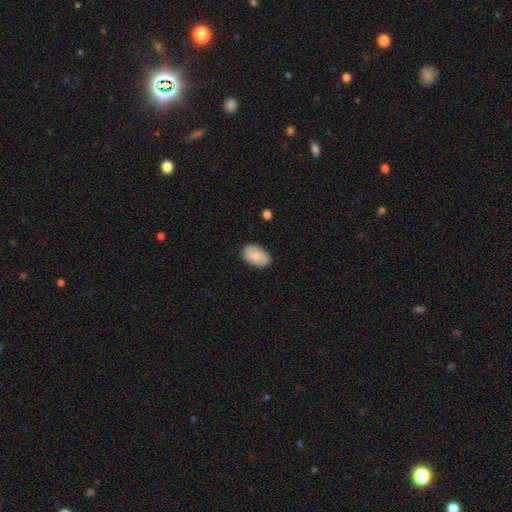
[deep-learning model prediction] Smooth or featured: smooth — 81% (featured or disk — 12%)
How rounded: in between — 92% (round — 7%)
Merging: none — 83% (minor disturbance — 14%)